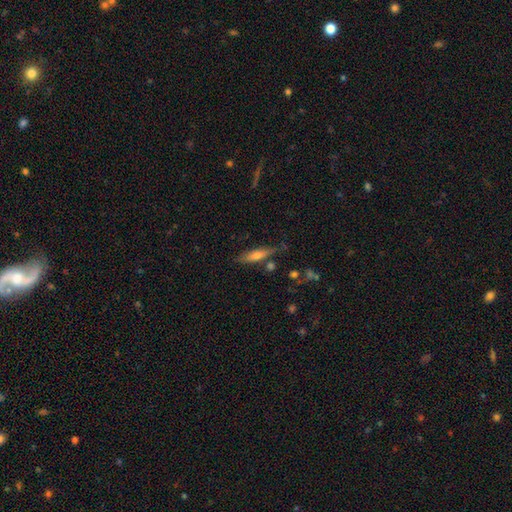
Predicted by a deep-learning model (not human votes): Morphology: type=smooth (59%); roundness=cigar-shaped (69%); merging=none (70%).